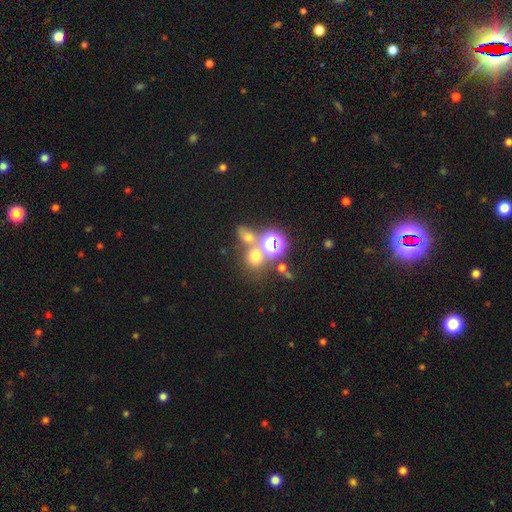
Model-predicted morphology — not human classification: Q: Smooth or featured?
A: smooth (59%); runner-up: star or artifact (31%)
Q: How rounded?
A: round (76%); runner-up: in between (23%)
Q: Merging?
A: none (51%); runner-up: merger (35%)